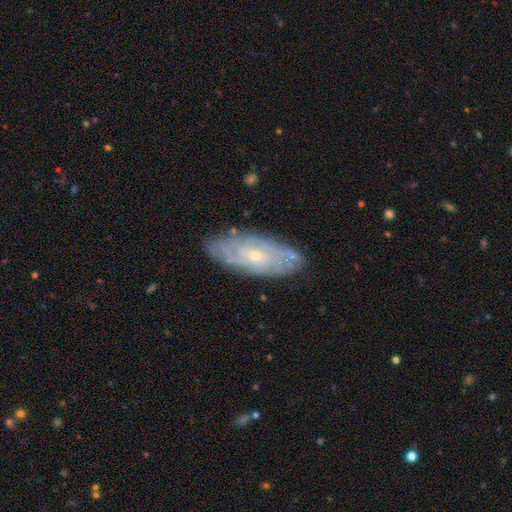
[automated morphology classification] Smooth or featured?
  - featured or disk: 75% *
  - smooth: 18%
  - star or artifact: 6%
Edge-on disk?
  - no: 88% *
  - yes: 12%
Bar?
  - no: 71% *
  - weak: 25%
  - strong: 4%
Spiral arms?
  - yes: 88% *
  - no: 12%
Spiral winding?
  - tight: 71% *
  - medium: 22%
  - loose: 6%
Spiral arm count?
  - can't tell: 57% *
  - 2: 13%
  - 4: 11%
  - 3: 10%
  - more than 4: 6%
  - 1: 4%
Bulge size?
  - small: 69% *
  - moderate: 28%
  - none: 1%
  - large: 1%
  - dominant: 1%
Merging?
  - none: 82% *
  - minor disturbance: 14%
  - major disturbance: 3%
  - merger: 1%